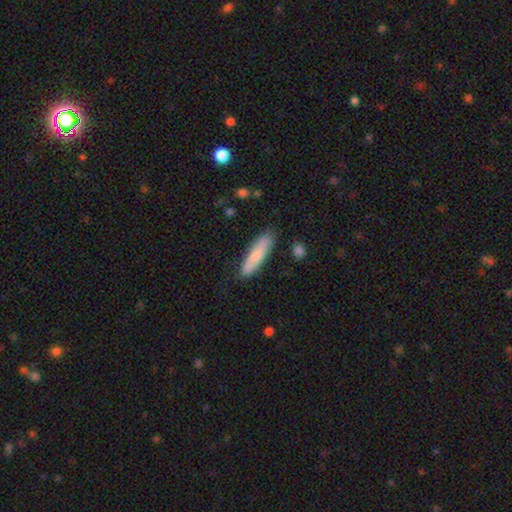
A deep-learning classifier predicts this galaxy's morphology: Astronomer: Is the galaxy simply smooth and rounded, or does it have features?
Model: smooth — 76%.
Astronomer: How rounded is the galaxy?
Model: cigar-shaped — 77%.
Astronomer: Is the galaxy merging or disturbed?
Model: none — 84%.